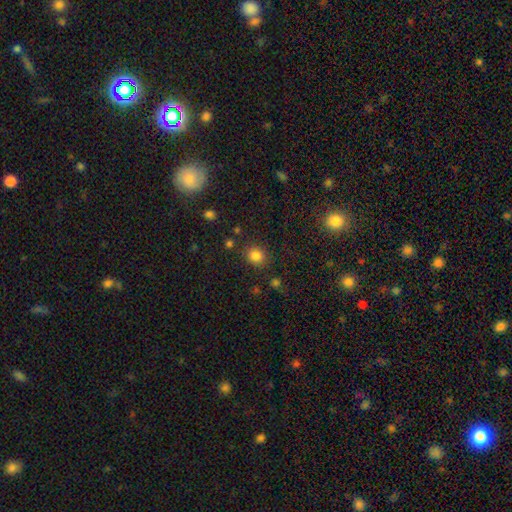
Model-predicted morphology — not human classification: A smooth galaxy with no disk features (82%) that is round (80%). Merging: none (82%).